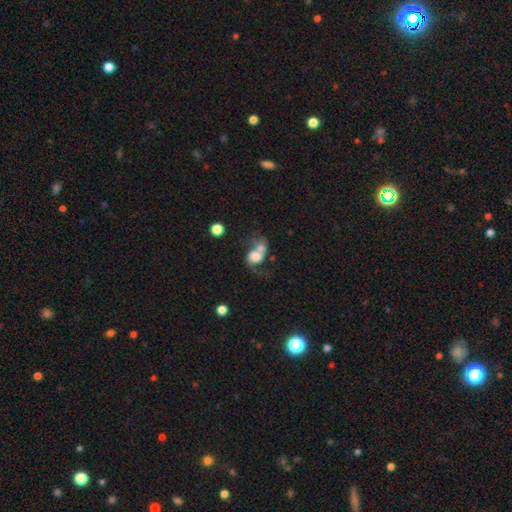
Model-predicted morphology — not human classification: This is possibly a smooth galaxy (53%). How rounded: possibly round (49%, tied with in between). Merging: likely merger (64%).